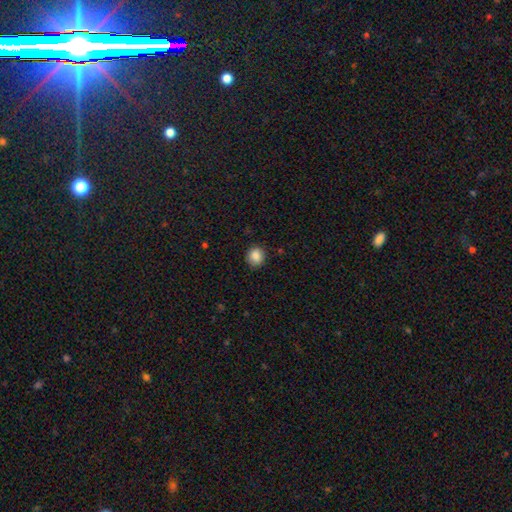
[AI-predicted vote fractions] Smooth or featured?
  - smooth: 86% *
  - star or artifact: 9%
  - featured or disk: 4%
How rounded?
  - round: 86% *
  - in between: 13%
  - cigar-shaped: 1%
Merging?
  - none: 87% *
  - minor disturbance: 10%
  - major disturbance: 2%
  - merger: 1%